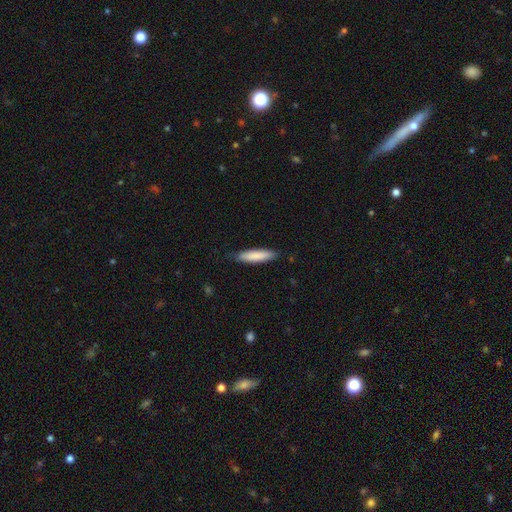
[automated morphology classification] Smooth or featured? Predicted: smooth (p=0.84). How rounded? Predicted: cigar-shaped (p=0.79). Merging? Predicted: none (p=0.84).